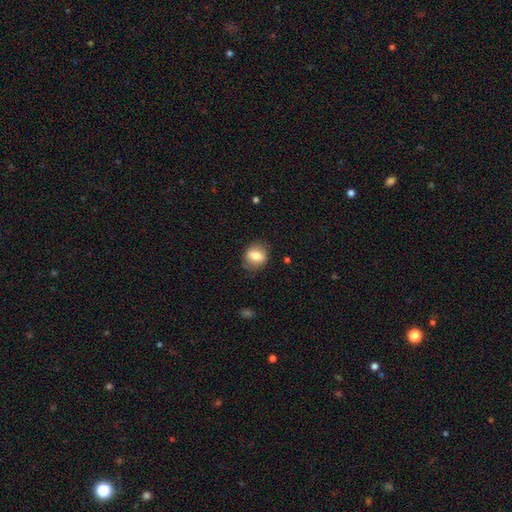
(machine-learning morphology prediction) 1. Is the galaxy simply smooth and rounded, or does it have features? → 71% smooth, 21% featured or disk, 8% star or artifact.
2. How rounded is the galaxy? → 57% round, 41% in between, 1% cigar-shaped.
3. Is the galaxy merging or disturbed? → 81% none, 14% minor disturbance, 4% major disturbance, 1% merger.